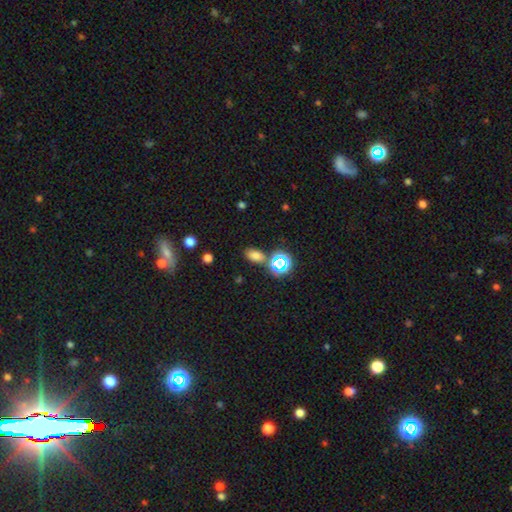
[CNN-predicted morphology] smooth-or-featured: smooth: 69% | star or artifact: 24% | featured or disk: 7%
  how-rounded: in between: 83% | round: 15% | cigar-shaped: 2%
  merging: none: 78% | minor disturbance: 11% | merger: 8% | major disturbance: 4%